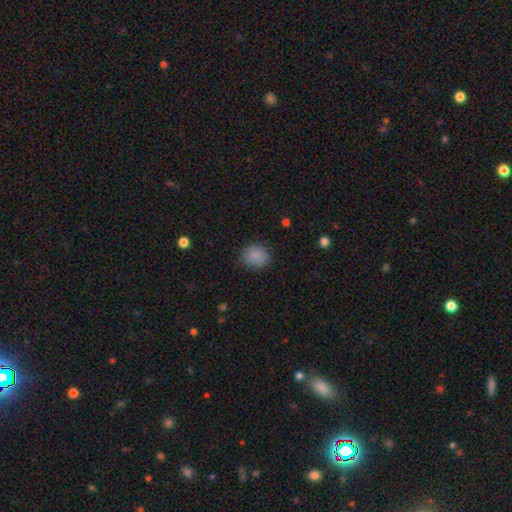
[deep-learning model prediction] Overall: smooth (83%). How rounded: round (71%). Merging: none (80%).